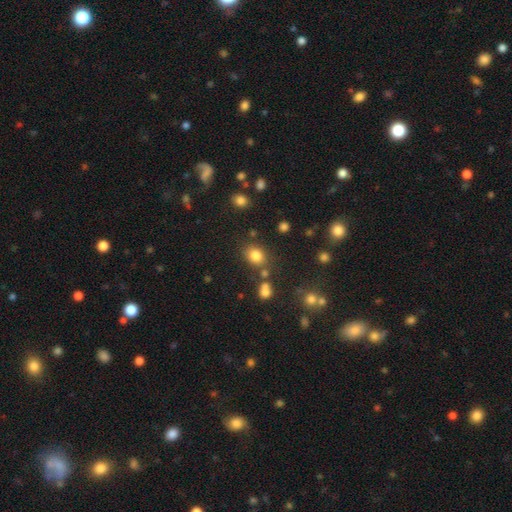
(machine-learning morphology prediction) smooth_or_featured: smooth (p=0.80) [alt: star or artifact p=0.13]
how_rounded: in between (p=0.51) [alt: round p=0.48]
merging: none (p=0.73) [alt: minor disturbance p=0.13]